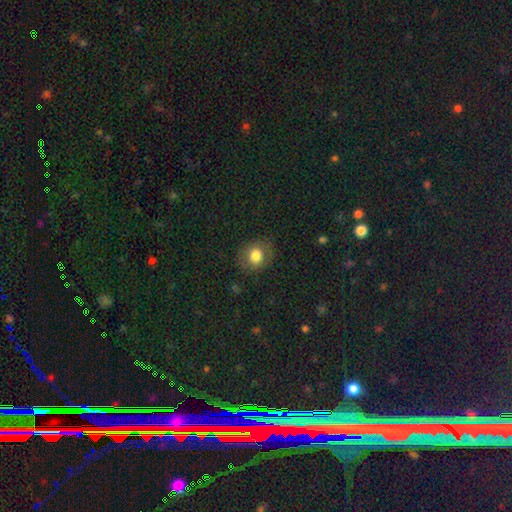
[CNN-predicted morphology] Smooth or featured?
  - smooth: 79% *
  - featured or disk: 11%
  - star or artifact: 10%
How rounded?
  - round: 63% *
  - in between: 36%
  - cigar-shaped: 1%
Merging?
  - none: 80% *
  - minor disturbance: 14%
  - major disturbance: 5%
  - merger: 1%